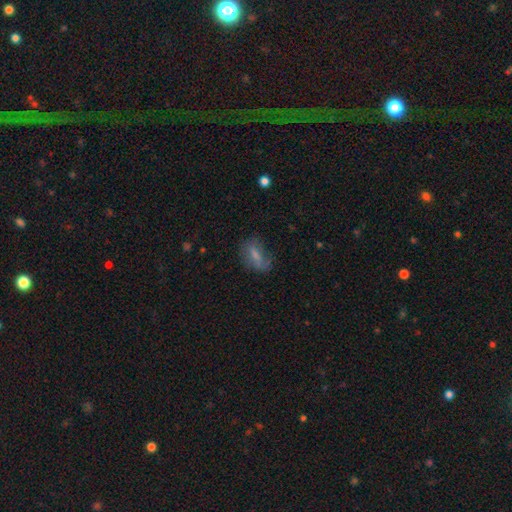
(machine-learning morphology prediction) This appears to be a smooth galaxy with no disk features (60%) that is in between round and cigar-shaped (78%). Merging: none (54%).